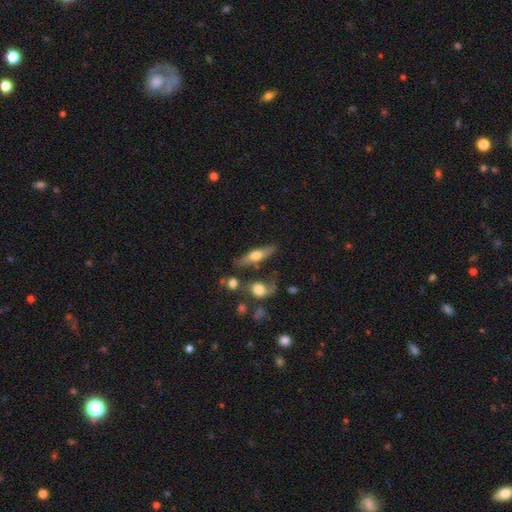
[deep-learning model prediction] Smooth or featured: smooth — 49% (featured or disk — 45%)
Merging: none — 70% (minor disturbance — 16%)